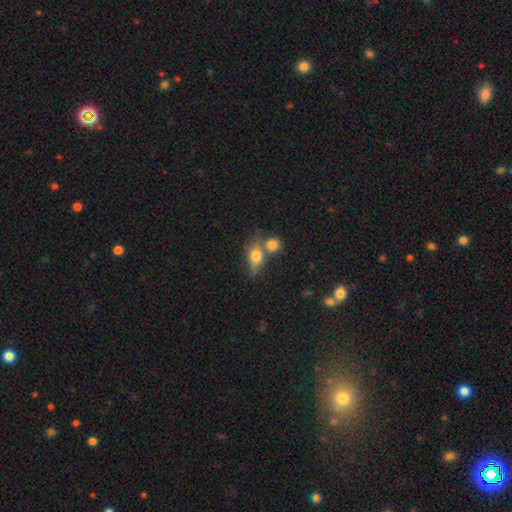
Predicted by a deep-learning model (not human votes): Overall: smooth (59%; featured or disk 30%). How rounded: in between (56%; round 29%). Merging: none (45%; merger 35%).